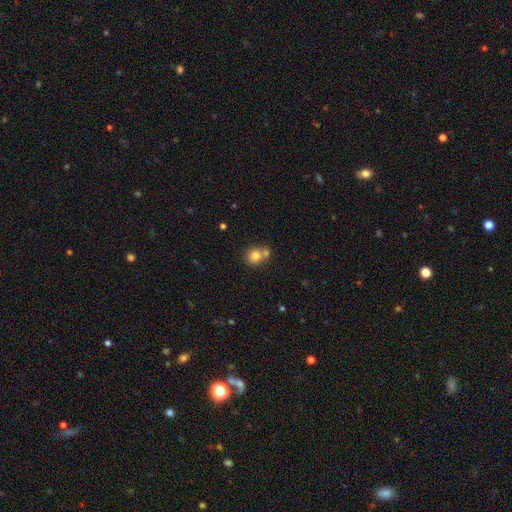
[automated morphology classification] smooth_or_featured: smooth (p=0.78) [alt: star or artifact p=0.11]
how_rounded: round (p=0.85) [alt: in between p=0.14]
merging: none (p=0.51) [alt: merger p=0.38]